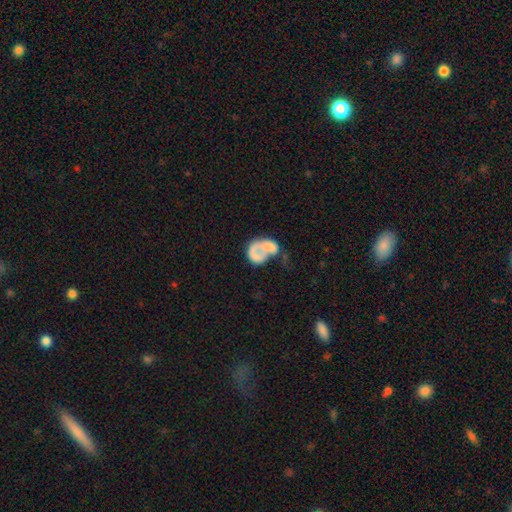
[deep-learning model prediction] smooth 48%, featured or disk 42%, star or artifact 10%. Down the decision tree: merging — major disturbance (45%).